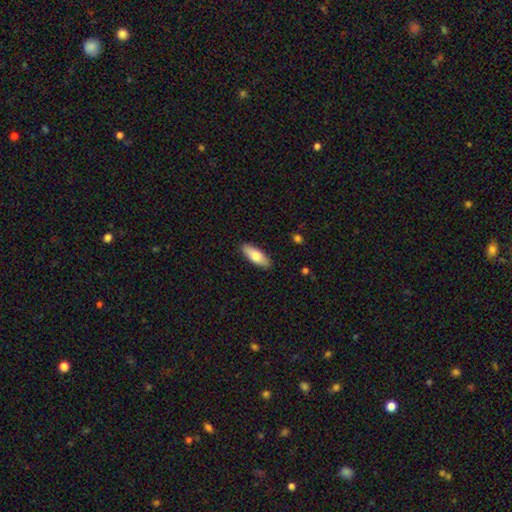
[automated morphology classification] A smooth galaxy with no disk features (73%) that is in between round and cigar-shaped (68%). Merging: none (88%).